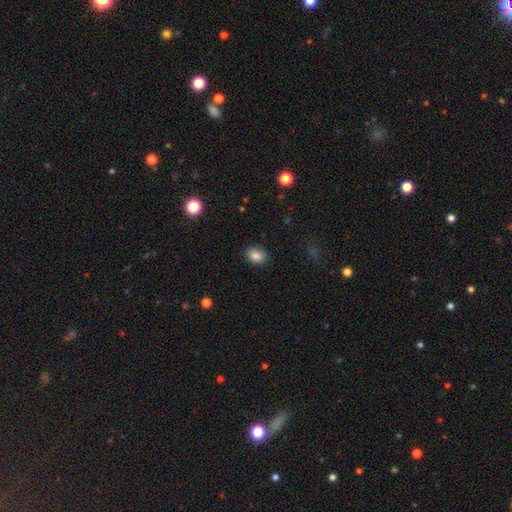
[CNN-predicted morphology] This appears to be a smooth galaxy with no disk features (85%) that is in between round and cigar-shaped (62%). Merging: none (88%).